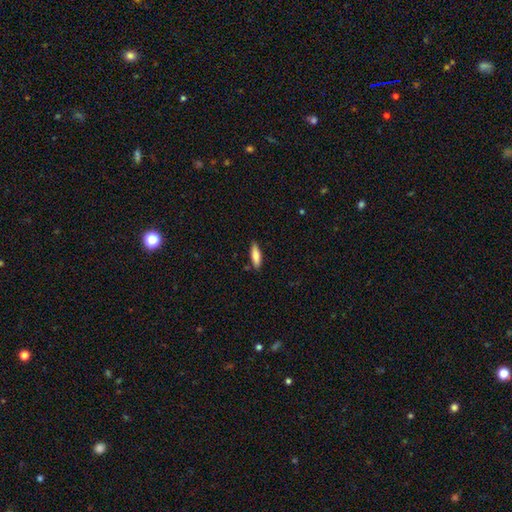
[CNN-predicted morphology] Q: Smooth or featured?
A: smooth (80%); runner-up: featured or disk (15%)
Q: How rounded?
A: cigar-shaped (58%); runner-up: in between (41%)
Q: Merging?
A: none (86%); runner-up: minor disturbance (10%)